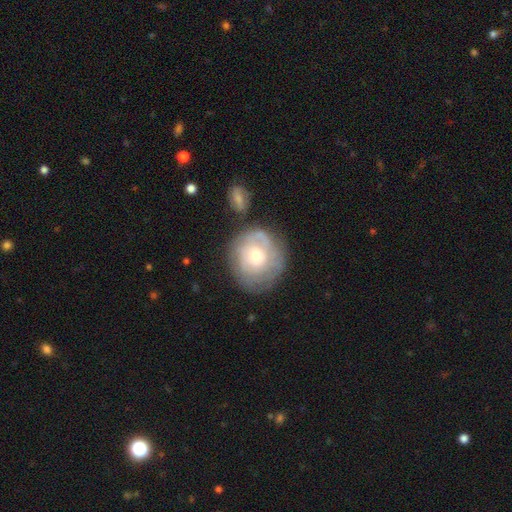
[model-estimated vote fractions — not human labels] Smooth or featured: featured or disk — 55% (smooth — 37%)
Edge-on disk: no — 97% (yes — 3%)
Bar: no — 80% (weak — 17%)
Spiral arms: yes — 68% (no — 32%)
Bulge size: moderate — 61% (small — 29%)
Merging: none — 66% (minor disturbance — 19%)